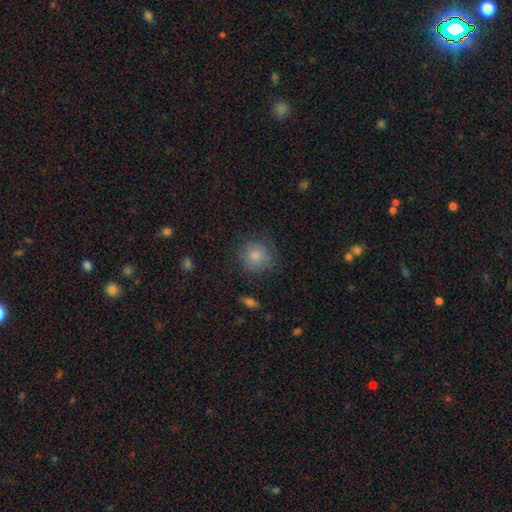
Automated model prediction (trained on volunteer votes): Morphology: type=smooth (82%); roundness=round (90%); merging=none (76%).